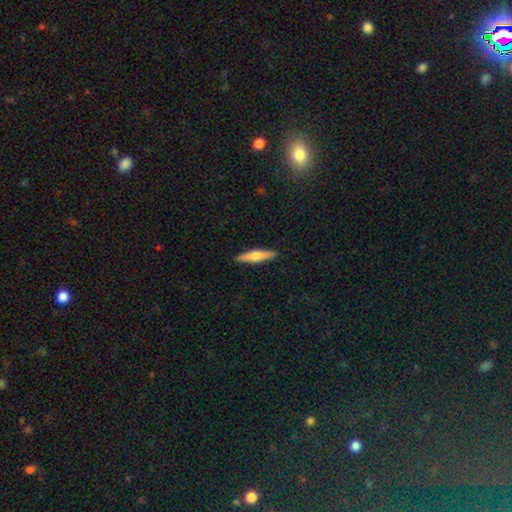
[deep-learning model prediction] Smooth or featured: smooth — 61% (featured or disk — 33%)
How rounded: cigar-shaped — 84% (in between — 15%)
Merging: none — 90% (minor disturbance — 7%)